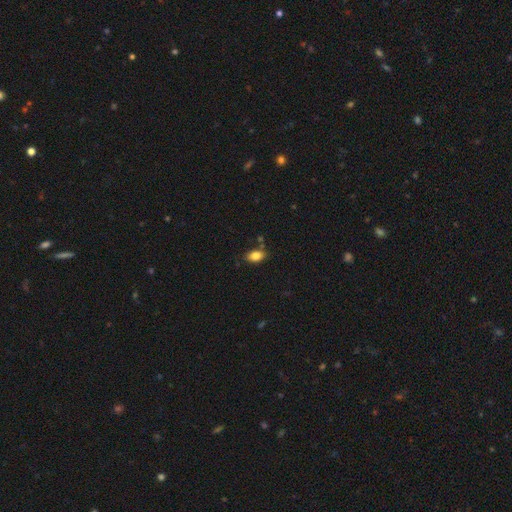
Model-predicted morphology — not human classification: A smooth galaxy with no disk features (84%) that is in between round and cigar-shaped (89%).

Vote fractions:
- Smooth or featured? smooth: 84% / star or artifact: 9% / featured or disk: 7%
- How rounded? in between: 89% / round: 9% / cigar-shaped: 2%
- Merging? none: 79% / minor disturbance: 13% / merger: 5% / major disturbance: 3%